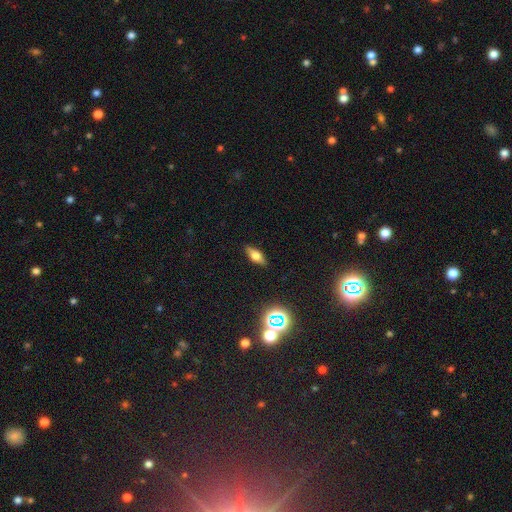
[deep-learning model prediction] A smooth galaxy with no disk features (58%) that is in between round and cigar-shaped (72%). Merging: none (87%).